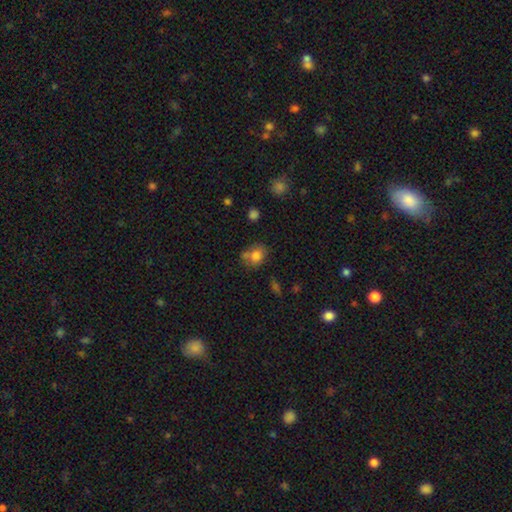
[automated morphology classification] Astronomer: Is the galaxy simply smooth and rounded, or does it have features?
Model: smooth — 78%.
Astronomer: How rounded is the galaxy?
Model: round — 58% (runner-up: in between, 40%).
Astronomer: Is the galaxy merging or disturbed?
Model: none — 54%.